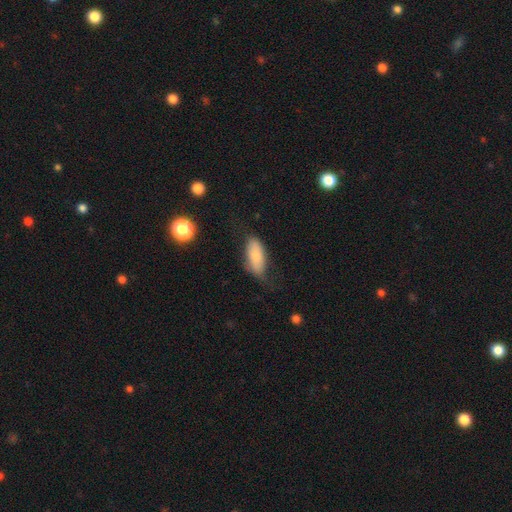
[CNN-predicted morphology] This is likely a smooth galaxy (77%). How rounded: clearly in between (87%). Merging: possibly none (53%).